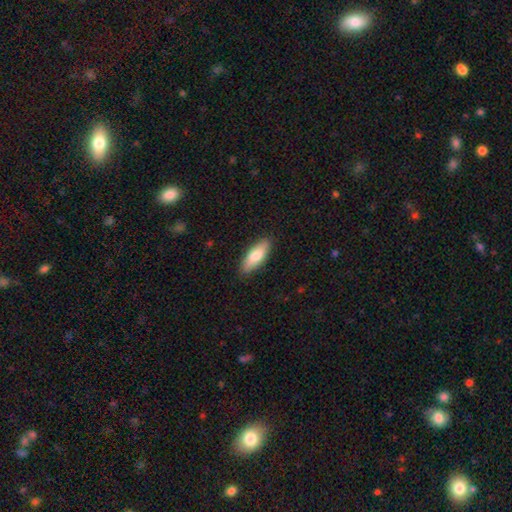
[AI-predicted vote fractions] This is likely a smooth galaxy (77%). How rounded: likely in between (70%). Merging: clearly none (88%).